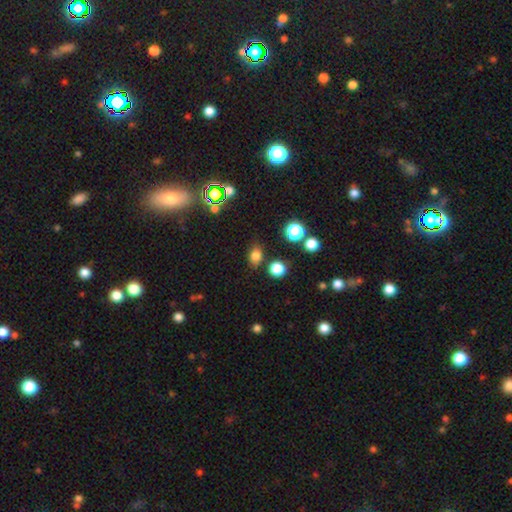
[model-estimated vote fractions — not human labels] Smooth or featured? Predicted: smooth (p=0.78). How rounded? Predicted: in between (p=0.59). Merging? Predicted: none (p=0.80).